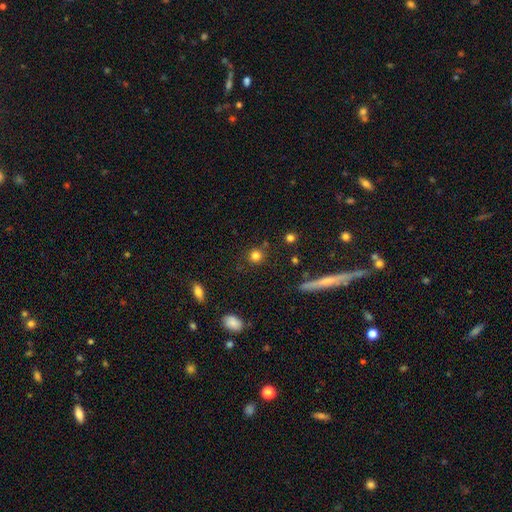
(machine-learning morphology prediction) smooth_or_featured: smooth (p=0.80) [alt: star or artifact p=0.13]
how_rounded: round (p=0.91) [alt: in between p=0.08]
merging: none (p=0.84) [alt: minor disturbance p=0.09]